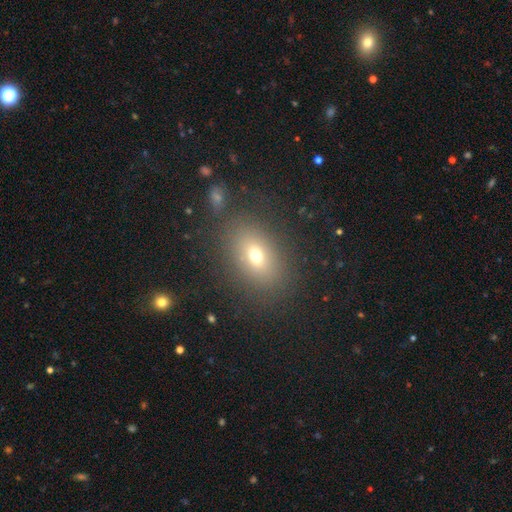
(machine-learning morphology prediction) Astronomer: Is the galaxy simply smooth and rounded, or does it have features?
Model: smooth — 66%.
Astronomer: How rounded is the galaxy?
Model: in between — 75%.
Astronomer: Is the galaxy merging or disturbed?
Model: none — 80%.